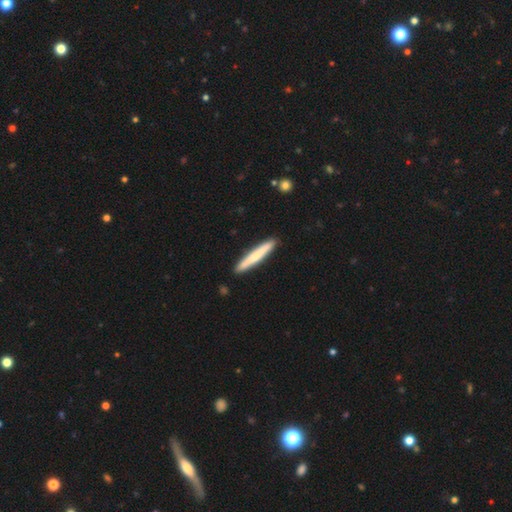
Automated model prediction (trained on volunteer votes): Smooth or featured: smooth — 68% (featured or disk — 28%)
How rounded: cigar-shaped — 95% (in between — 4%)
Merging: none — 90% (minor disturbance — 7%)